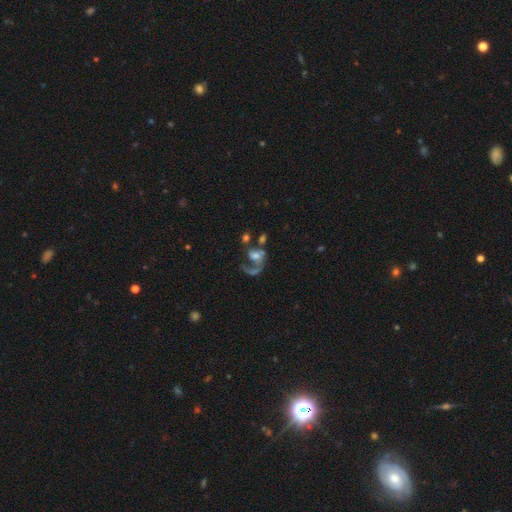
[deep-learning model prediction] A featured or disk galaxy (62%) with no bar (72%), spiral arms (70%) and a moderate central bulge (43%). Merging: major disturbance (37%).